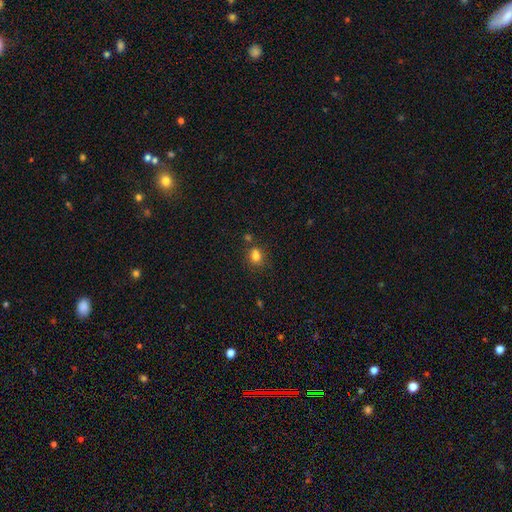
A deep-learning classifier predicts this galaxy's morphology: Smooth or featured? smooth (80%)
How rounded? round (57%)
Merging? none (62%)